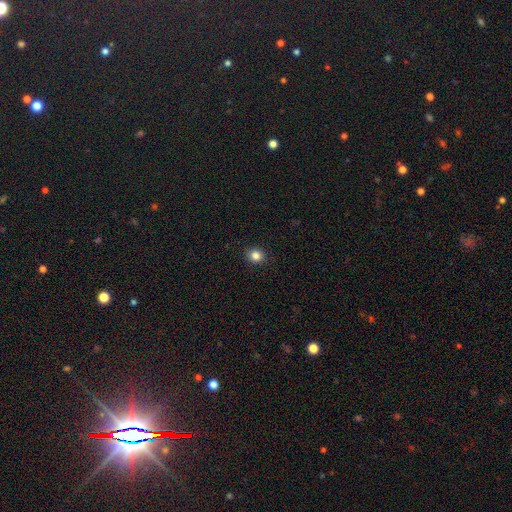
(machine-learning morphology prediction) Overall: smooth (84%). How rounded: round (85%). Merging: none (92%).